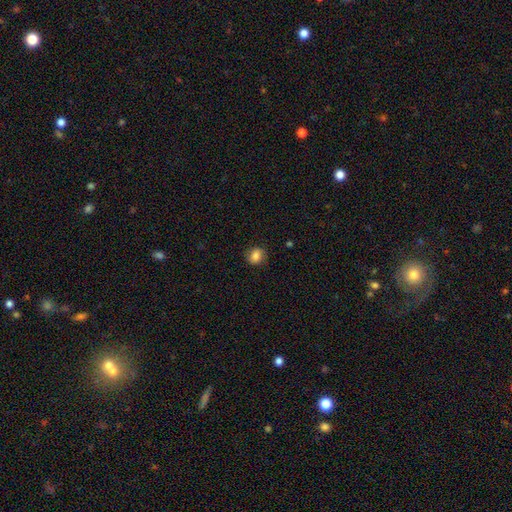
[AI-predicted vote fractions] Overall: smooth (81%). How rounded: round (65%; in between 34%). Merging: none (82%).